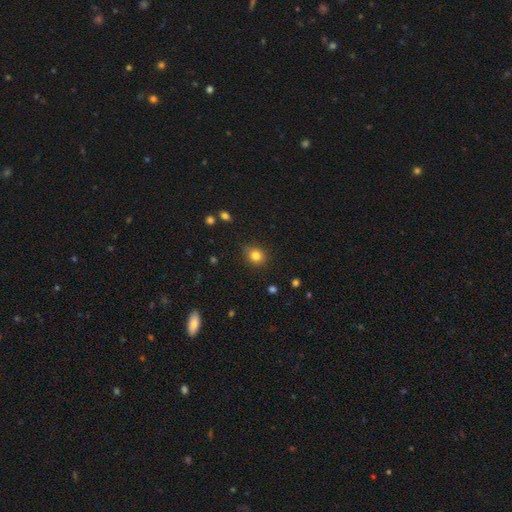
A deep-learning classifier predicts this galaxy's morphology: Q: Smooth or featured?
A: smooth (82%); runner-up: star or artifact (12%)
Q: How rounded?
A: round (69%); runner-up: in between (30%)
Q: Merging?
A: none (84%); runner-up: minor disturbance (12%)